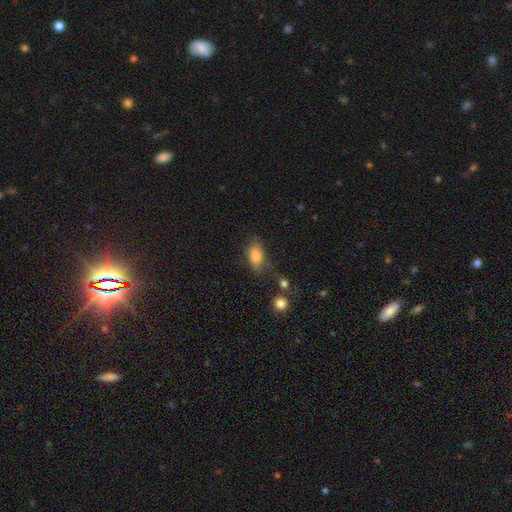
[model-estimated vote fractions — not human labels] The model was most divided on "merging": none: 63%, minor disturbance: 22%, major disturbance: 8%, merger: 7%. More confident: how rounded — in between (85%); smooth or featured — smooth (79%).